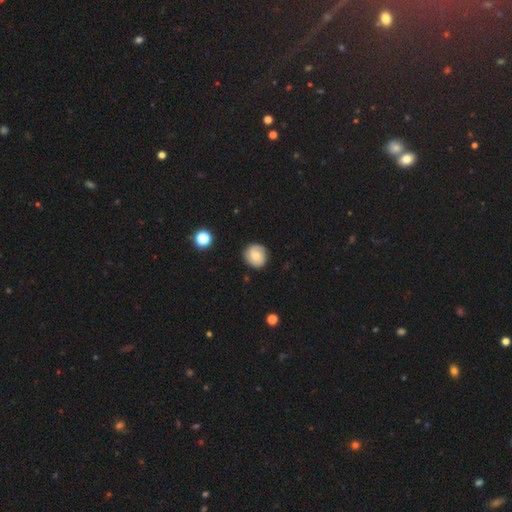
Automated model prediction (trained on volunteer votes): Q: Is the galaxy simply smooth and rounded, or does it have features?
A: smooth — 66%.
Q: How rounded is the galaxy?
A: round — 88%.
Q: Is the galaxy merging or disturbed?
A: none — 86%.